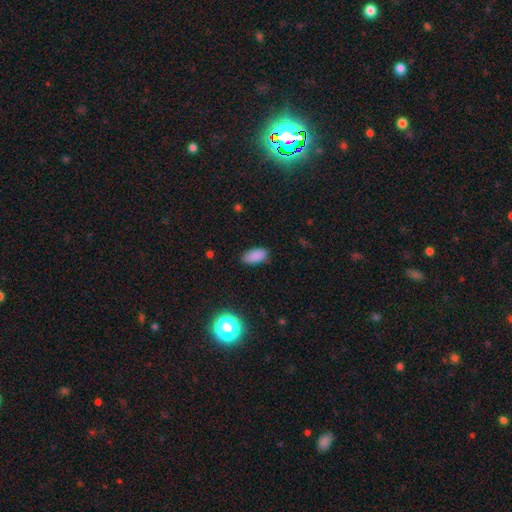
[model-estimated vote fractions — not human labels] This is clearly a smooth galaxy (85%). How rounded: clearly in between (92%). Merging: clearly none (81%).